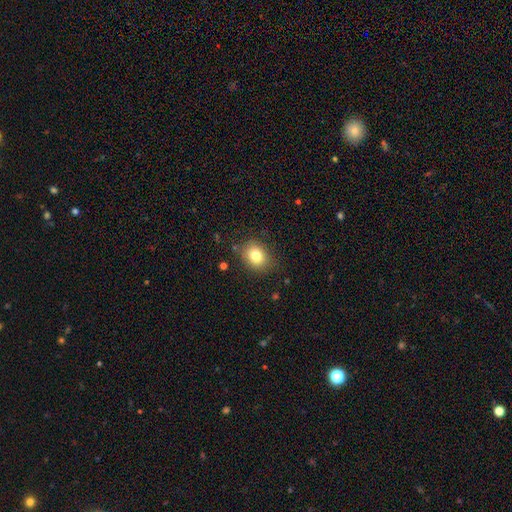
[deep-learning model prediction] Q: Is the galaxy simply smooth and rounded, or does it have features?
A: smooth — 80%.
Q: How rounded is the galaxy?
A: round — 53%.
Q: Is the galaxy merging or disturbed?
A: none — 82%.